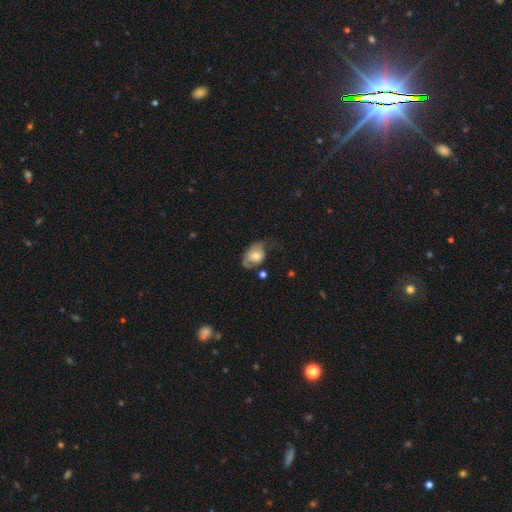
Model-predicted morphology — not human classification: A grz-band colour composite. It shows a smooth galaxy with no disk features (56%) that is in between round and cigar-shaped (74%). Merging: none (33%).